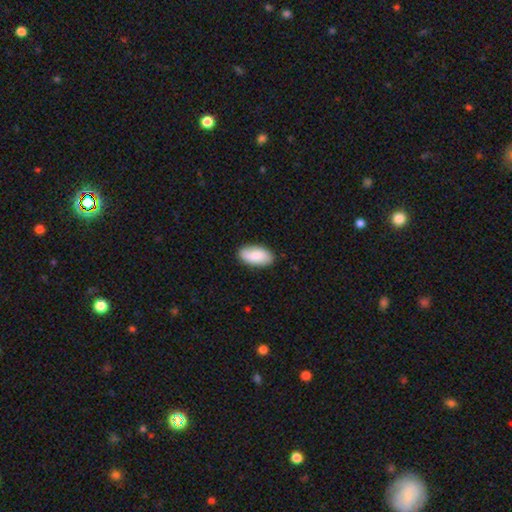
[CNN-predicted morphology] type=smooth (76%); roundness=in between (95%); merging=none (84%).